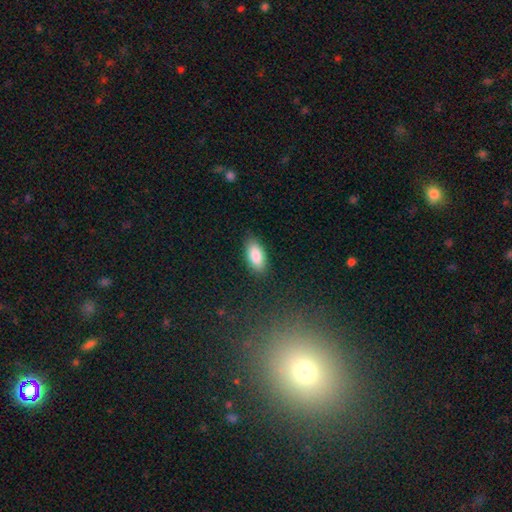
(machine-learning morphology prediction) smooth 86%, featured or disk 7%, star or artifact 6%. Down the decision tree: how rounded — in between (91%); merging — none (86%).